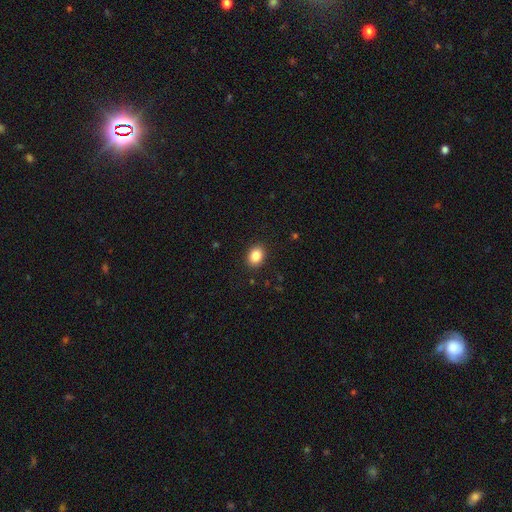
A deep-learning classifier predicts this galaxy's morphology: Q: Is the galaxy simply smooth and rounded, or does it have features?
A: smooth — 86%.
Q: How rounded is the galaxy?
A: in between — 62%.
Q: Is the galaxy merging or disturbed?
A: none — 89%.